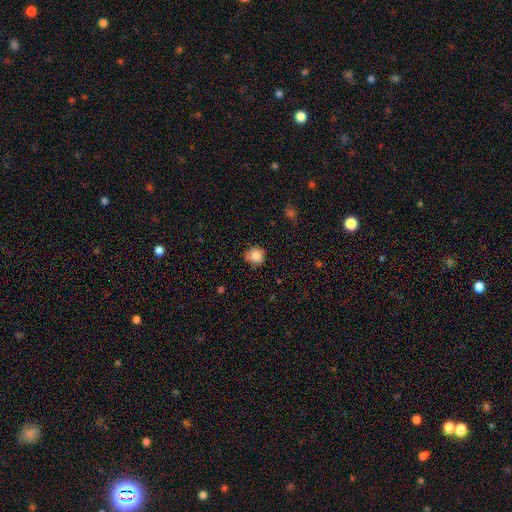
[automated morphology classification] Smooth or featured? Predicted: smooth (p=0.86). How rounded? Predicted: round (p=0.88). Merging? Predicted: none (p=0.73).